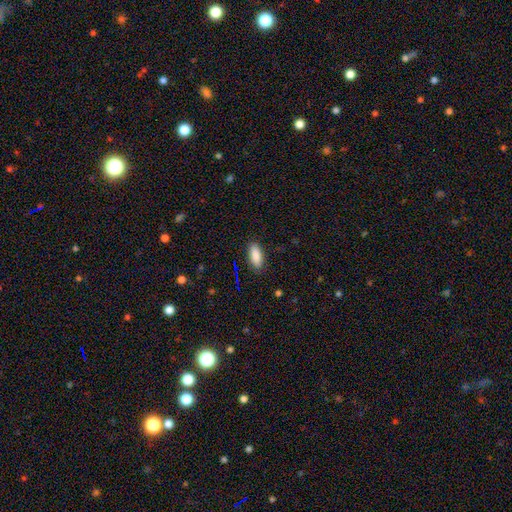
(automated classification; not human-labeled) smooth 87%, star or artifact 7%, featured or disk 6%. Down the decision tree: how rounded — in between (84%); merging — none (87%).